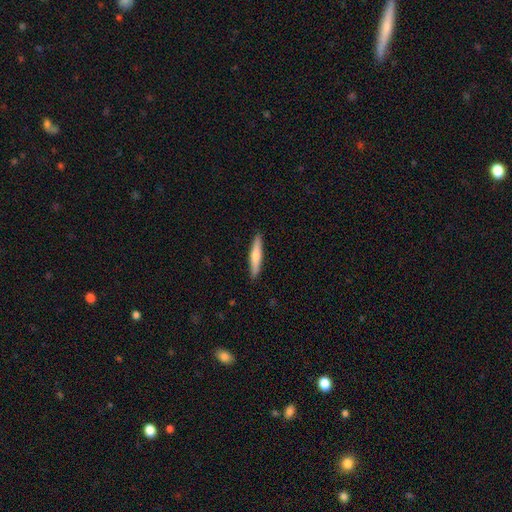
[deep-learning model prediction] Smooth or featured: smooth — 64% (featured or disk — 30%)
How rounded: cigar-shaped — 88% (in between — 11%)
Merging: none — 90% (minor disturbance — 7%)